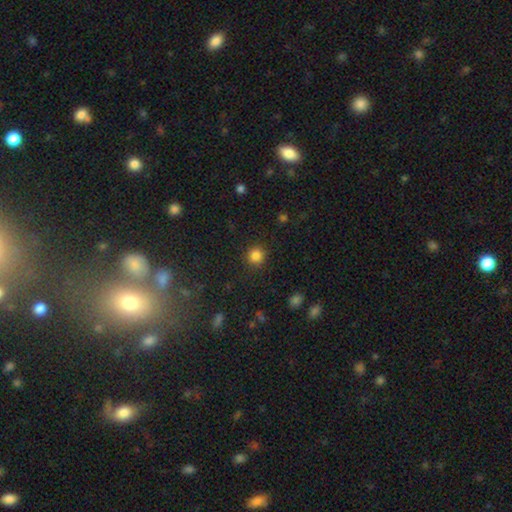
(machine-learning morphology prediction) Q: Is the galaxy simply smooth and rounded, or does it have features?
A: smooth — 84%.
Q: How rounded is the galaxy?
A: round — 91%.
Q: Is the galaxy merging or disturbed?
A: none — 89%.